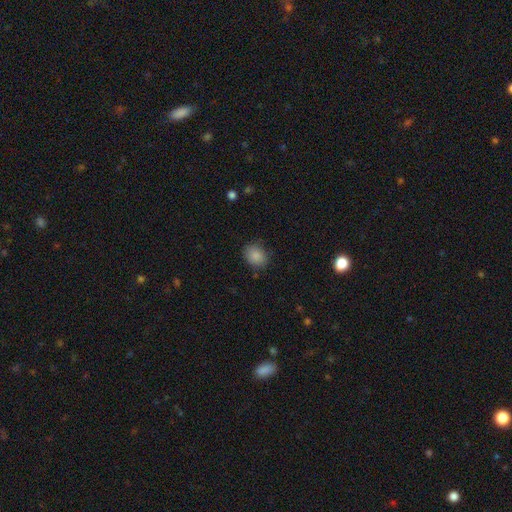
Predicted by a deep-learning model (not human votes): smooth 87%, star or artifact 9%, featured or disk 4%. Down the decision tree: how rounded — in between (52%); merging — none (82%).